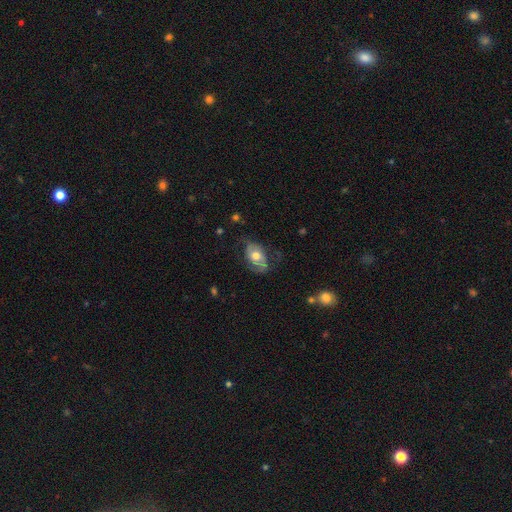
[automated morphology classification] This is possibly a featured or disk galaxy (52%). It is clearly not viewed edge-on (92%). Merging: possibly none (54%).